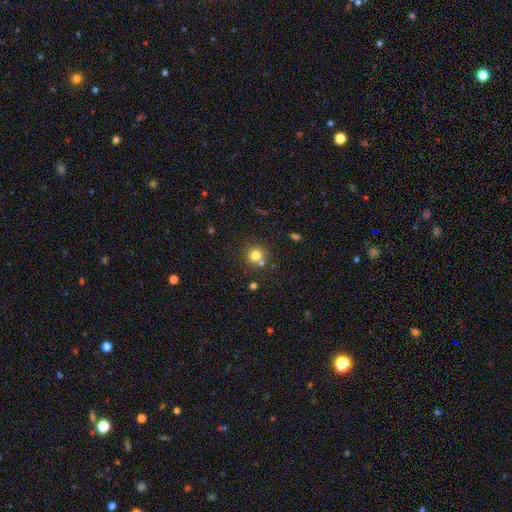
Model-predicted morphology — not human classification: Smooth or featured? Predicted: smooth (p=0.77). How rounded? Predicted: round (p=0.89). Merging? Predicted: none (p=0.68).